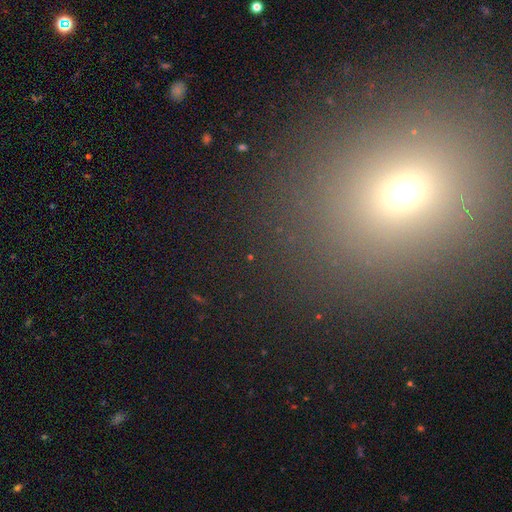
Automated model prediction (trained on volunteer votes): Smooth or featured? Predicted: star or artifact (p=0.46).